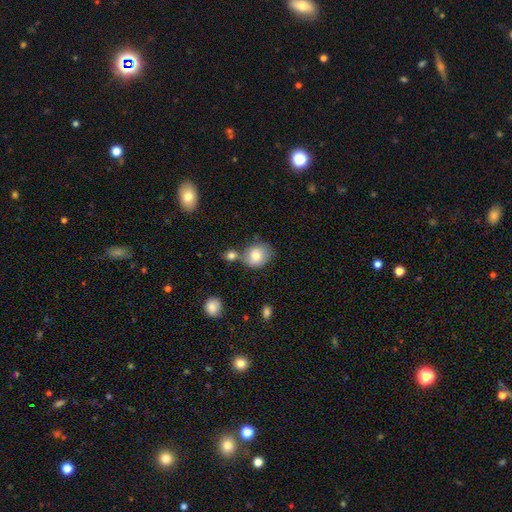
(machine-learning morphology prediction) The model was most divided on "how rounded": round: 62%, in between: 37%, cigar-shaped: 1%. More confident: smooth or featured — smooth (81%); merging — none (58%).